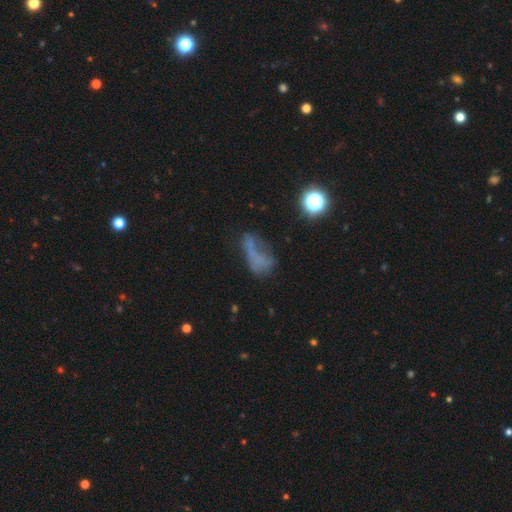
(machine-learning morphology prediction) Overall: smooth (43%; featured or disk 33%). Merging: major disturbance (34%; none 32%).